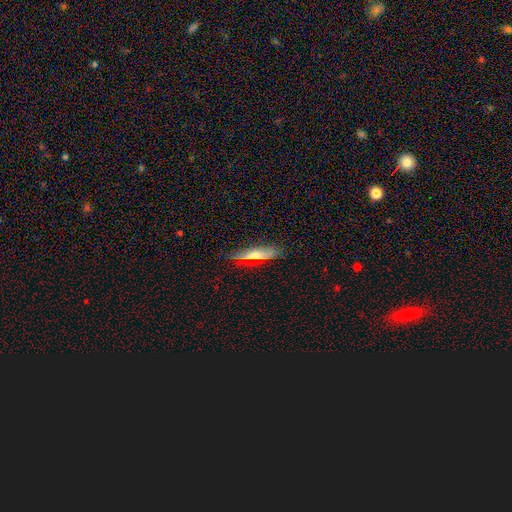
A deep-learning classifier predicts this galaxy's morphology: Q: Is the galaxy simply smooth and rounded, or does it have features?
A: smooth — 56%.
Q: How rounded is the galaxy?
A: cigar-shaped — 68%.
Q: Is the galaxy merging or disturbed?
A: none — 85%.